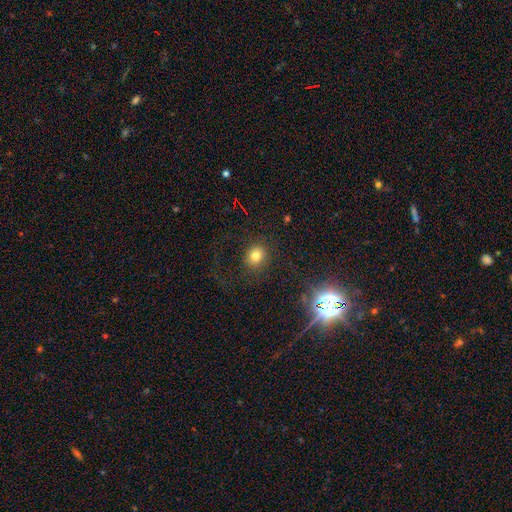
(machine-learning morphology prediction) smooth_or_featured: smooth (p=0.76) [alt: star or artifact p=0.16]
how_rounded: round (p=0.71) [alt: in between p=0.28]
merging: none (p=0.82) [alt: minor disturbance p=0.10]